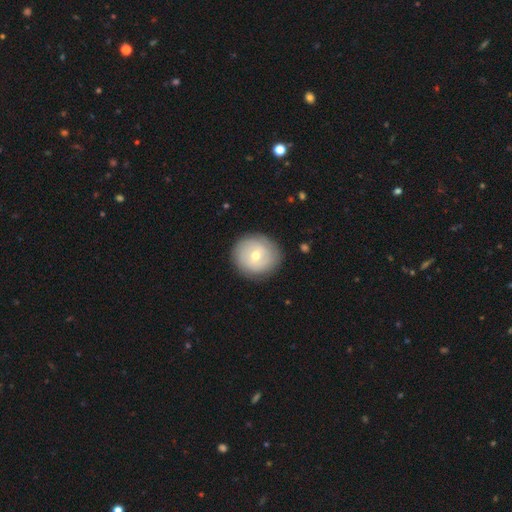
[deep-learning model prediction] The model was most divided on "smooth or featured": smooth: 51%, featured or disk: 42%, star or artifact: 8%. More confident: how rounded — round (91%); merging — none (87%).